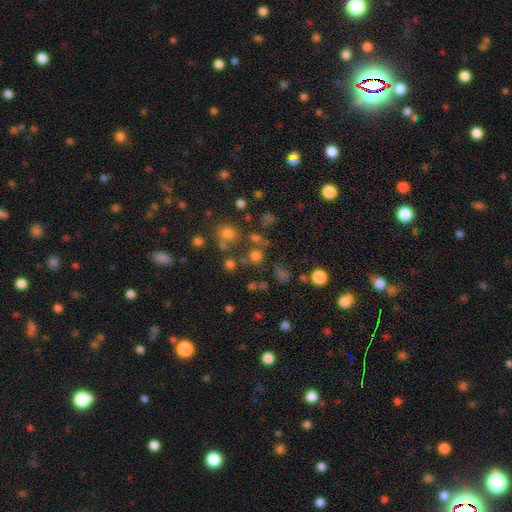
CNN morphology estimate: Overall: smooth (50%; star or artifact 40%). Merging: none (68%).